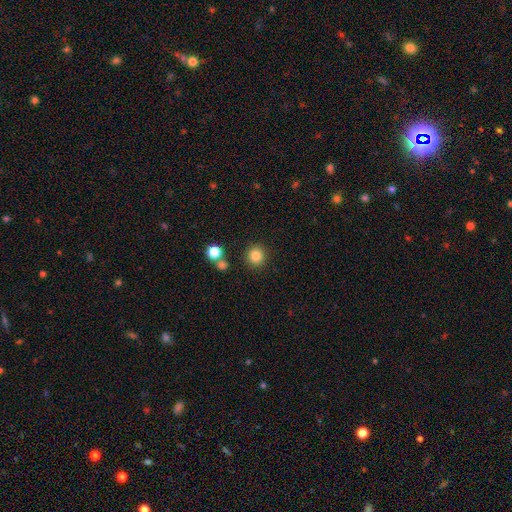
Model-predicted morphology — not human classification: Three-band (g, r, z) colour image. It shows a smooth galaxy with no disk features (84%) that is round (93%). Merging: none (86%).